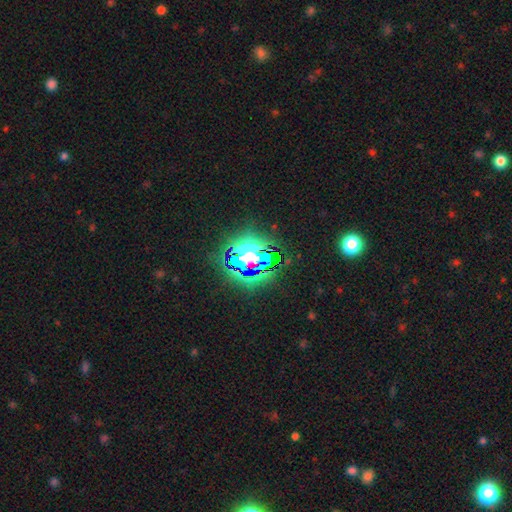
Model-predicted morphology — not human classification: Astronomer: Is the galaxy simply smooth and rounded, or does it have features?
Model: star or artifact — 71%.